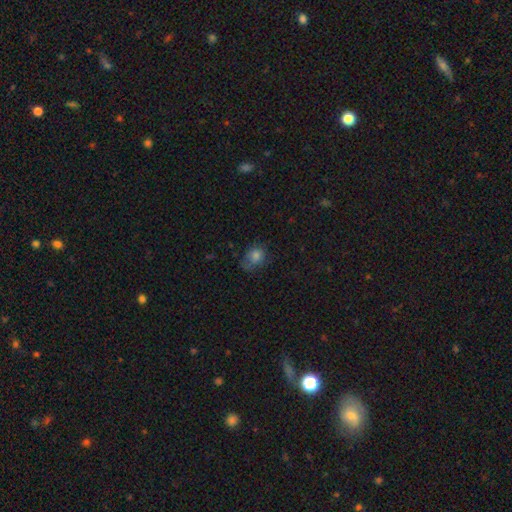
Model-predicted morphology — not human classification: Smooth or featured? Predicted: smooth (p=0.77). How rounded? Predicted: in between (p=0.50). Merging? Predicted: none (p=0.55).